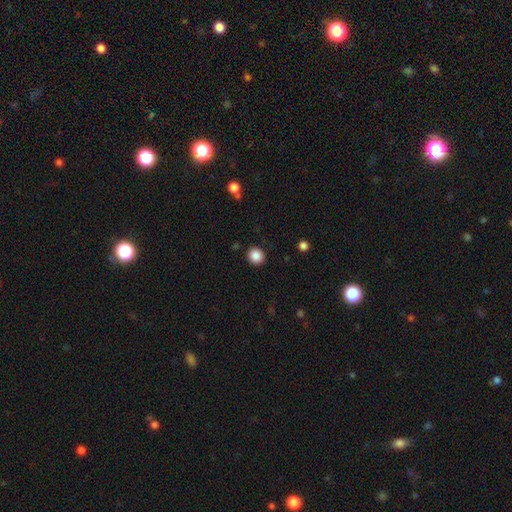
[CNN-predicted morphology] A smooth galaxy with no disk features (87%) that is round (88%). Merging: none (90%).